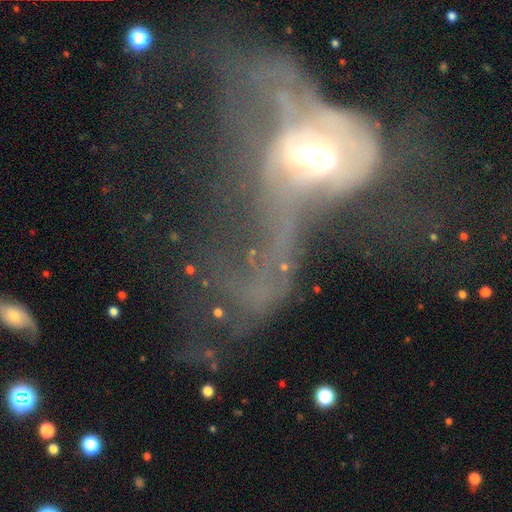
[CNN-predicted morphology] Smooth or featured?
  - featured or disk: 59% *
  - smooth: 24%
  - star or artifact: 17%
Edge-on disk?
  - no: 91% *
  - yes: 9%
Bar?
  - no: 71% *
  - weak: 19%
  - strong: 10%
Spiral arms?
  - no: 69% *
  - yes: 31%
Bulge size?
  - moderate: 61% *
  - small: 17%
  - large: 15%
  - dominant: 4%
  - none: 3%
Merging?
  - major disturbance: 67% *
  - merger: 18%
  - none: 8%
  - minor disturbance: 6%